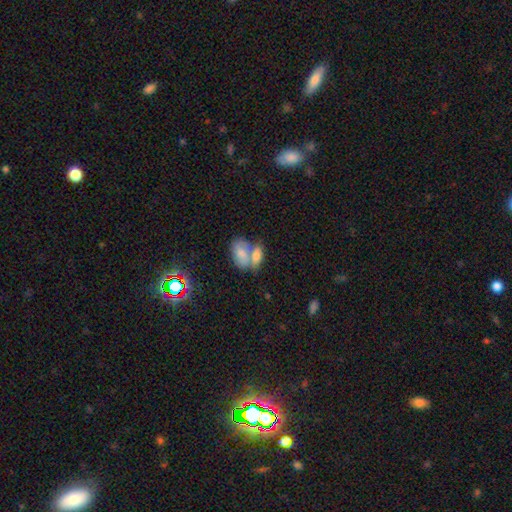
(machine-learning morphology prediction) Smooth or featured?
  - smooth: 73% *
  - featured or disk: 19%
  - star or artifact: 8%
How rounded?
  - in between: 88% *
  - round: 7%
  - cigar-shaped: 5%
Merging?
  - merger: 63% *
  - none: 24%
  - minor disturbance: 8%
  - major disturbance: 4%